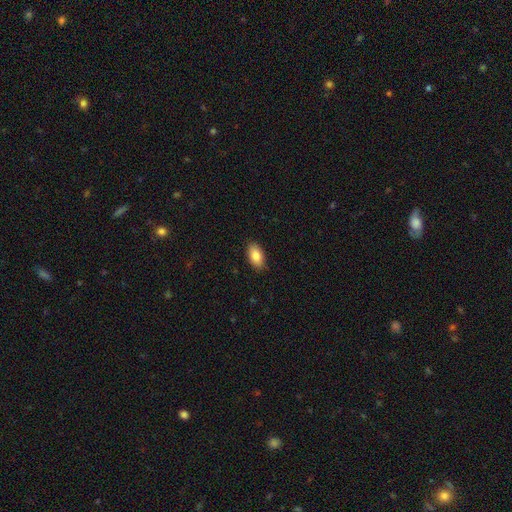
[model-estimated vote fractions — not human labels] A smooth galaxy with no disk features (85%) that is in between round and cigar-shaped (92%). Merging: none (88%).